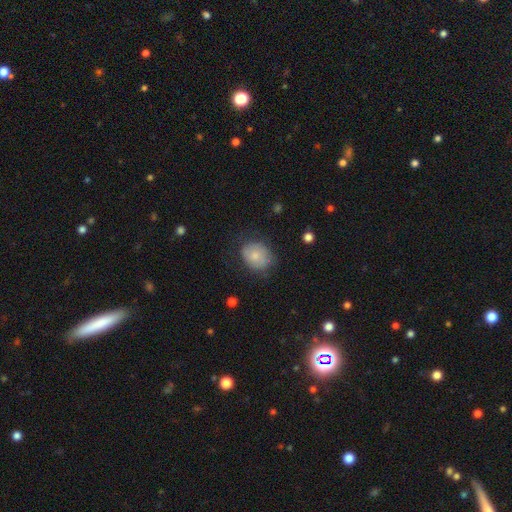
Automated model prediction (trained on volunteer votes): Smooth or featured: smooth — 72% (featured or disk — 20%)
How rounded: round — 58% (in between — 41%)
Merging: none — 65% (minor disturbance — 25%)